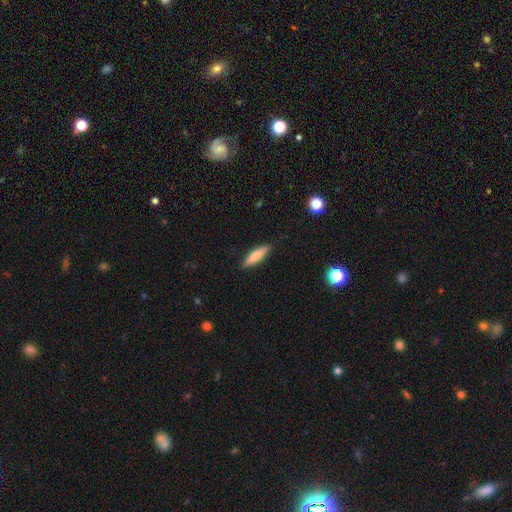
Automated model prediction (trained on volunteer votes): Morphology: type=smooth (63%); roundness=cigar-shaped (74%); merging=none (89%).